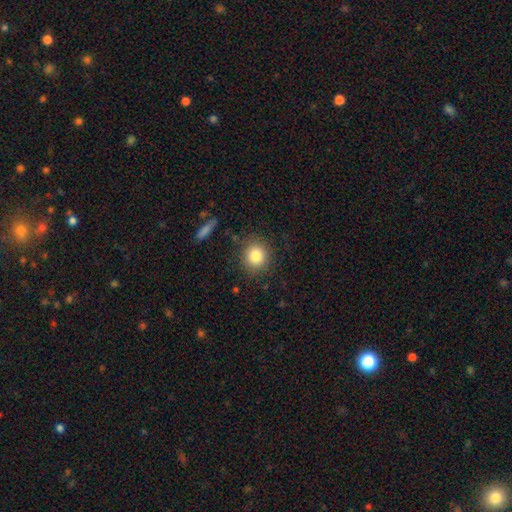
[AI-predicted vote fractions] Smooth or featured? smooth (83%)
How rounded? round (86%)
Merging? none (86%)